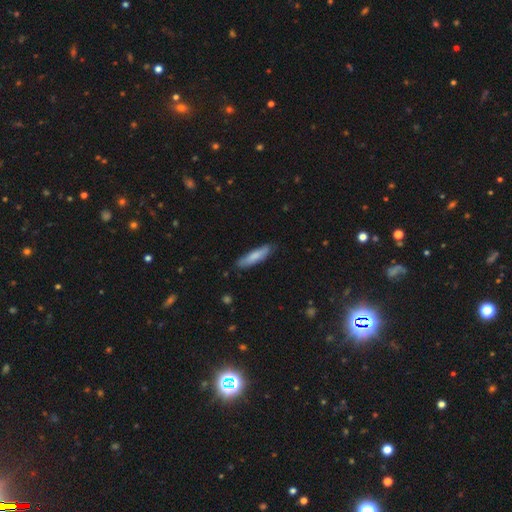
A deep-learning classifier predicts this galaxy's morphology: A smooth galaxy with no disk features (78%) that is cigar-shaped (76%). Merging: none (81%).